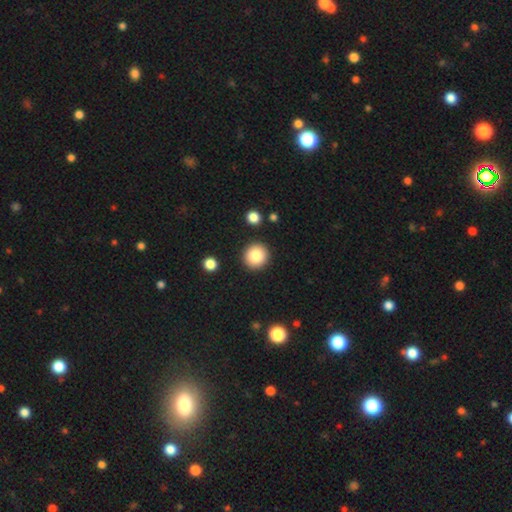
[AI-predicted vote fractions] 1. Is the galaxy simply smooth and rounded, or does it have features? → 83% smooth, 10% star or artifact, 7% featured or disk.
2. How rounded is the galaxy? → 93% round, 6% in between, 1% cigar-shaped.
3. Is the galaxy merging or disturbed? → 90% none, 6% minor disturbance, 2% merger, 2% major disturbance.